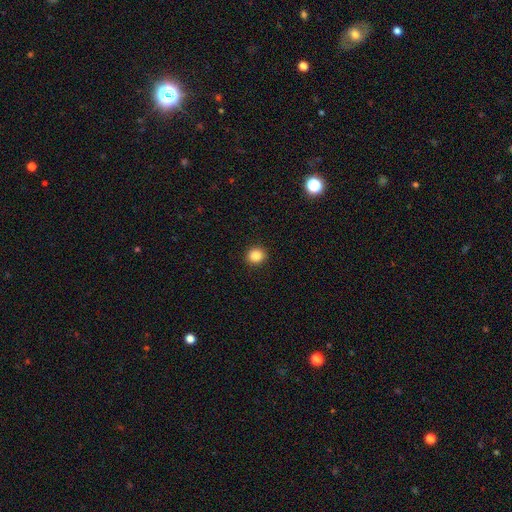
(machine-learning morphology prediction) Overall: smooth (87%). How rounded: round (86%). Merging: none (92%).